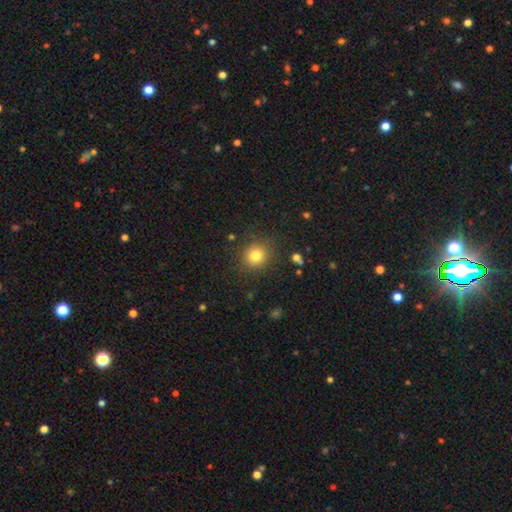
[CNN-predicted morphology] Smooth or featured?
  - smooth: 81% *
  - star or artifact: 13%
  - featured or disk: 7%
How rounded?
  - round: 85% *
  - in between: 14%
  - cigar-shaped: 1%
Merging?
  - none: 86% *
  - minor disturbance: 9%
  - major disturbance: 3%
  - merger: 2%